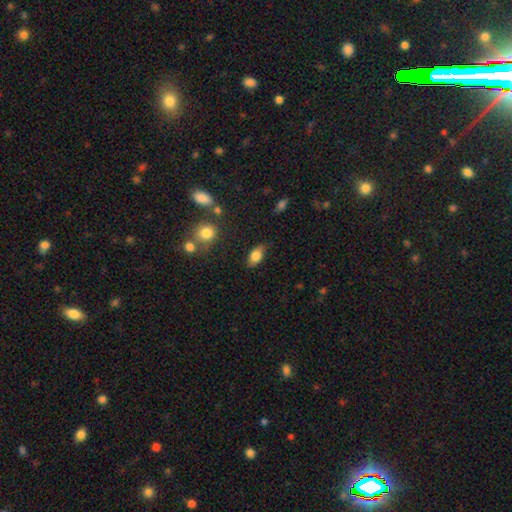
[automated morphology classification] This is clearly a smooth galaxy (80%). How rounded: clearly in between (89%). Merging: likely none (80%).